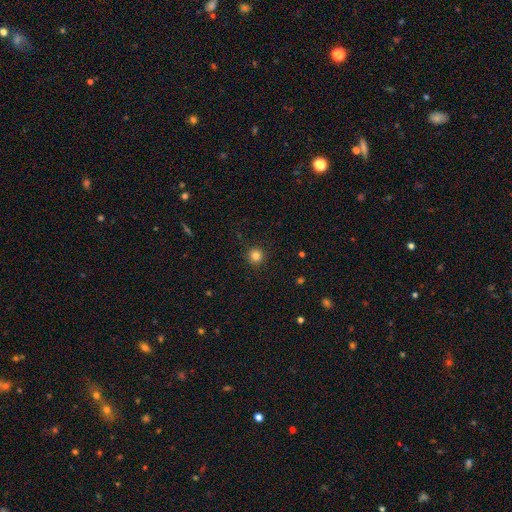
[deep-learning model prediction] A smooth galaxy with no disk features (83%) that is round (95%). Merging: none (92%).